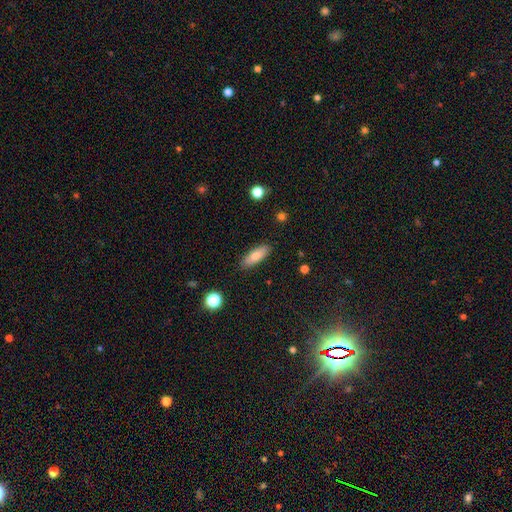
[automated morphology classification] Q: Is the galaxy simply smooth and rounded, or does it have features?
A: smooth — 80%.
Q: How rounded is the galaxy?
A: in between — 63%.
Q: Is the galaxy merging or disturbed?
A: none — 87%.